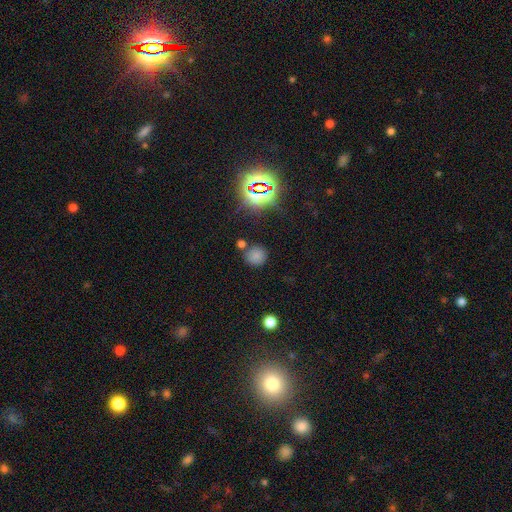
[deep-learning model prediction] smooth_or_featured: smooth (p=0.72) [alt: star or artifact p=0.22]
how_rounded: round (p=0.89) [alt: in between p=0.10]
merging: none (p=0.77) [alt: minor disturbance p=0.11]